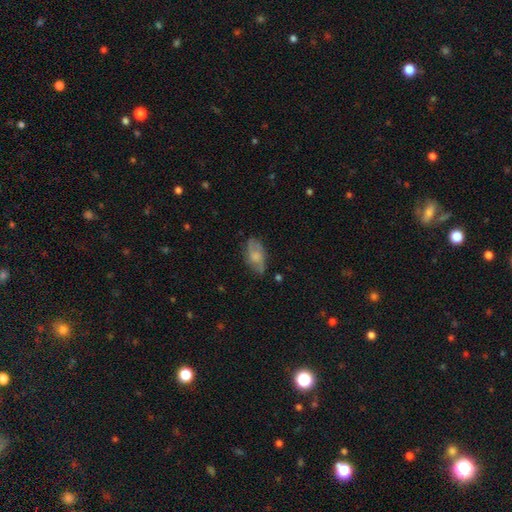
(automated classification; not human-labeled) Smooth or featured: smooth — 56% (featured or disk — 36%)
How rounded: in between — 90% (cigar-shaped — 5%)
Merging: none — 64% (minor disturbance — 25%)